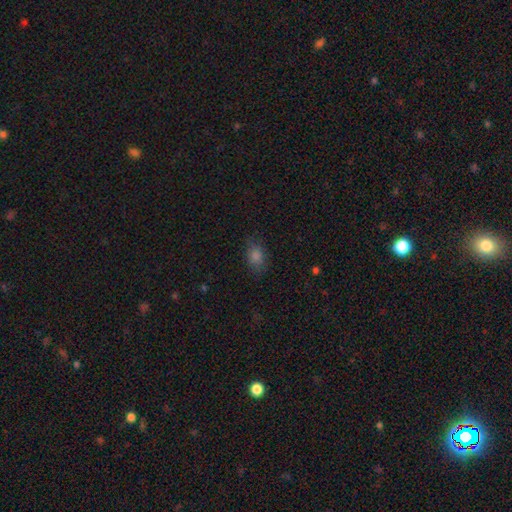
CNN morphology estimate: Smooth or featured? smooth (78%)
How rounded? in between (75%)
Merging? none (80%)